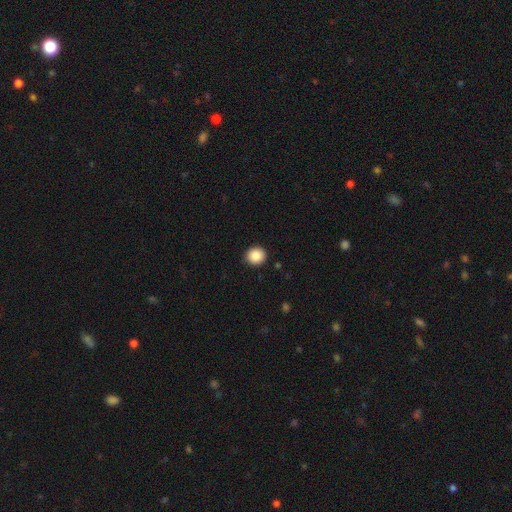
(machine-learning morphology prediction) Smooth or featured? smooth (88%)
How rounded? round (87%)
Merging? none (91%)